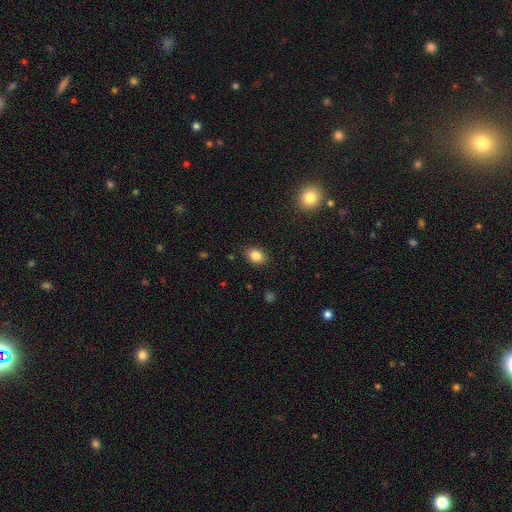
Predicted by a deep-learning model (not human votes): Morphology: type=smooth (85%); roundness=in between (77%); merging=none (87%).